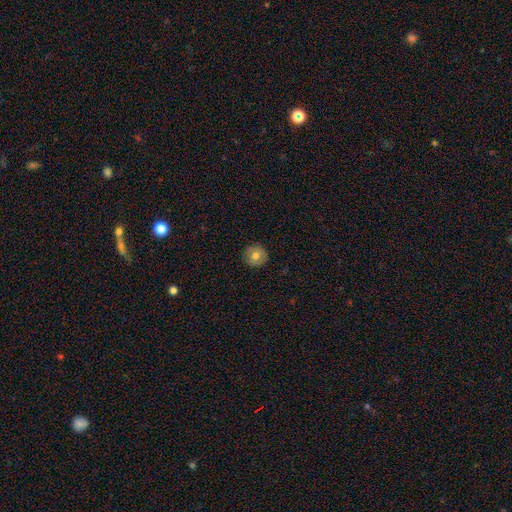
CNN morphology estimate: Q: Smooth or featured?
A: smooth (72%); runner-up: featured or disk (20%)
Q: How rounded?
A: round (94%); runner-up: in between (5%)
Q: Merging?
A: none (90%); runner-up: minor disturbance (7%)